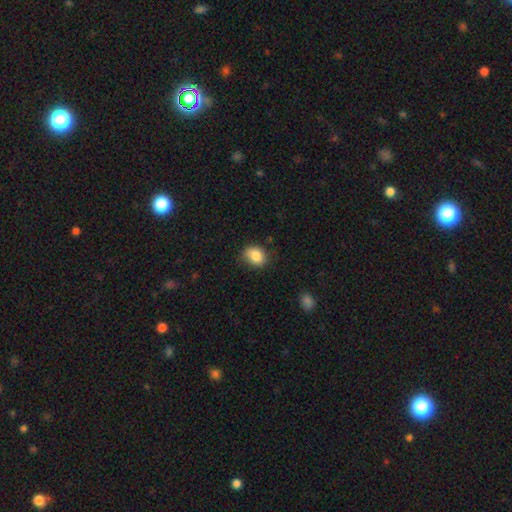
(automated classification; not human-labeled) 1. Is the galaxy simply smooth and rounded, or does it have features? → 86% smooth, 9% star or artifact, 6% featured or disk.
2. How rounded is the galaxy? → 55% in between, 44% round, 1% cigar-shaped.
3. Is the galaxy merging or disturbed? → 73% none, 21% minor disturbance, 4% major disturbance, 1% merger.